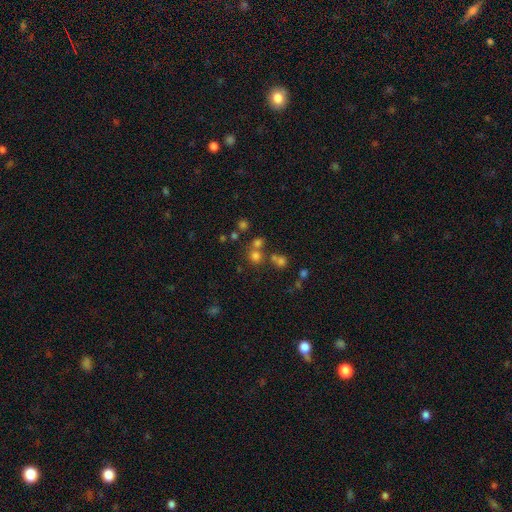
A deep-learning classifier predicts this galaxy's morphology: Smooth or featured? Predicted: smooth (p=0.66). How rounded? Predicted: round (p=0.88). Merging? Predicted: none (p=0.62).